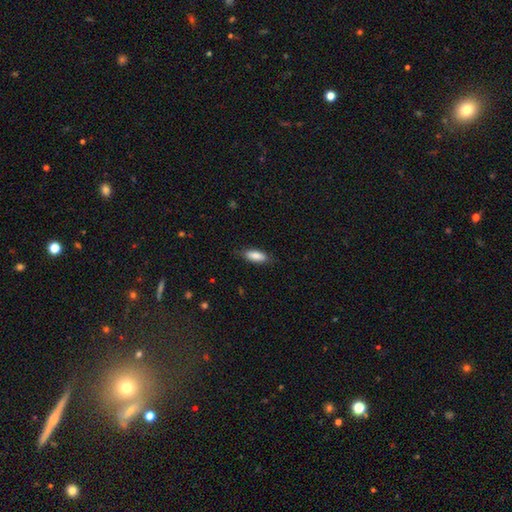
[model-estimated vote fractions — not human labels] The model was most divided on "how rounded": in between: 70%, cigar-shaped: 28%, round: 2%. More confident: smooth or featured — smooth (85%); merging — none (82%).